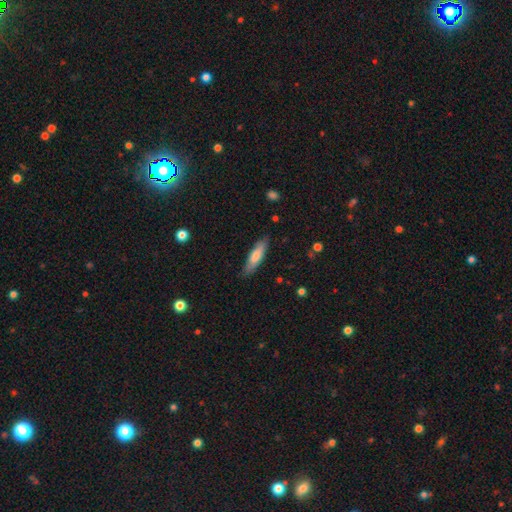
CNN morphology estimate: smooth-or-featured: smooth: 73% | featured or disk: 21% | star or artifact: 5%
  how-rounded: cigar-shaped: 67% | in between: 32% | round: 1%
  merging: none: 85% | minor disturbance: 12% | major disturbance: 2% | merger: 1%